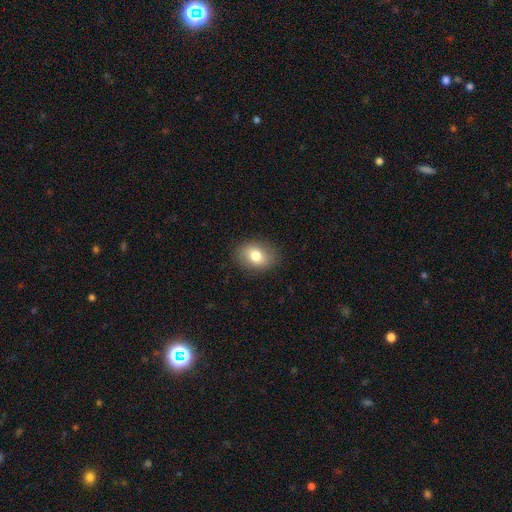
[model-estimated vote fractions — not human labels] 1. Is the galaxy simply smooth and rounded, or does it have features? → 77% smooth, 15% featured or disk, 9% star or artifact.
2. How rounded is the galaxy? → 70% in between, 29% round, 1% cigar-shaped.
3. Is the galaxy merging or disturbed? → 86% none, 10% minor disturbance, 3% major disturbance, 1% merger.